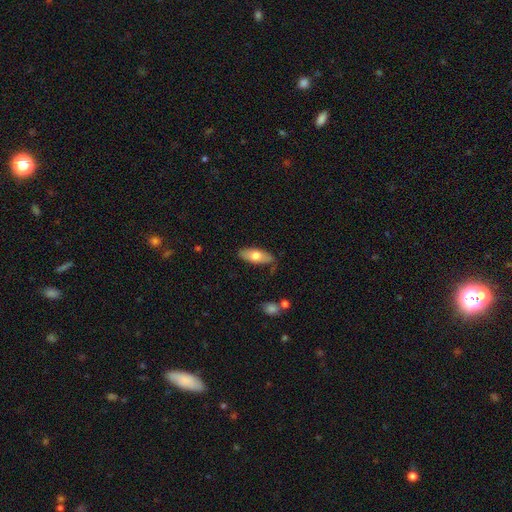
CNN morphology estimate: smooth 68%, featured or disk 27%, star or artifact 6%. Down the decision tree: how rounded — in between (77%); merging — none (81%).